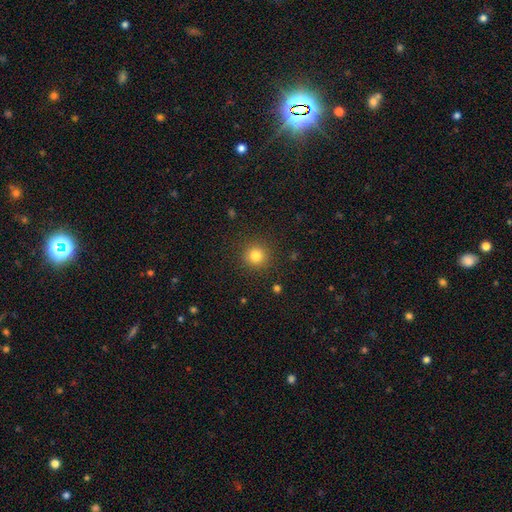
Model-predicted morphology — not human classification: smooth 81%, star or artifact 13%, featured or disk 6%. Down the decision tree: how rounded — round (94%); merging — none (90%).